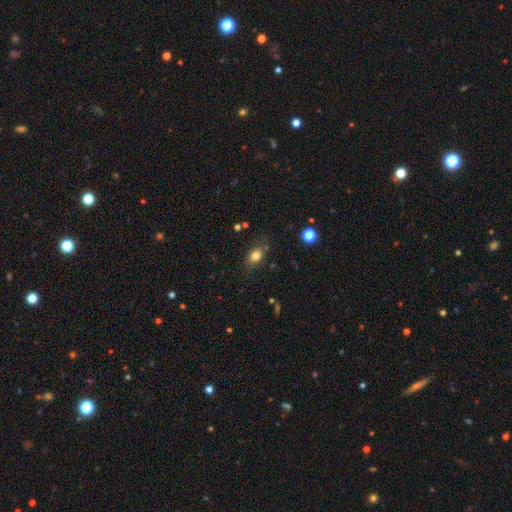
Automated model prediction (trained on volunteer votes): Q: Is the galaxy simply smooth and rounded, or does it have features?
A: smooth — 79%.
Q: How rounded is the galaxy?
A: in between — 78%.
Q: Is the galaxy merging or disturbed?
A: none — 75%.